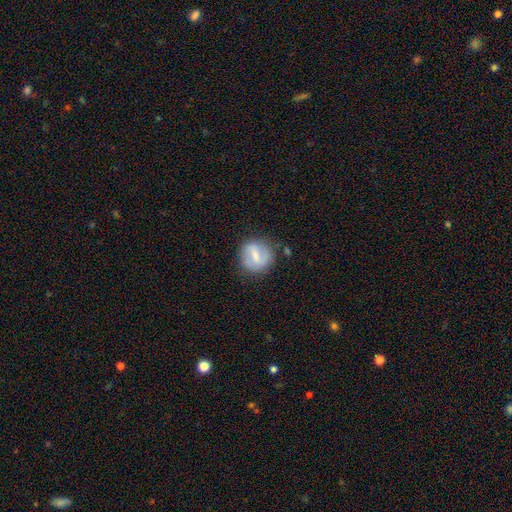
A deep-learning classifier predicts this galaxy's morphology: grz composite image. It shows a featured or disk galaxy (52%) with a strong bar (47%), spiral arms (61%) and a small central bulge (38%). Merging: none (71%).